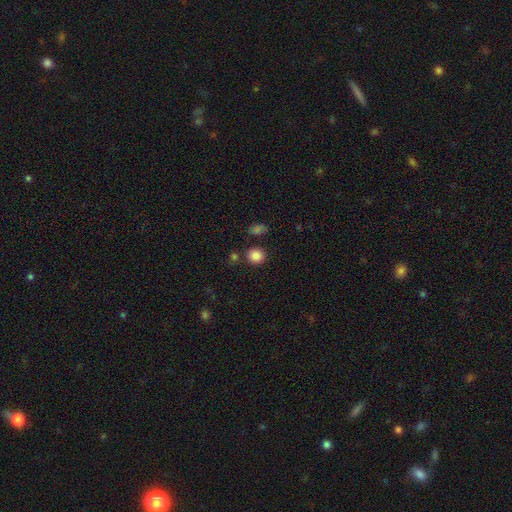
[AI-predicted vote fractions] Smooth or featured? smooth (85%)
How rounded? round (82%)
Merging? none (81%)